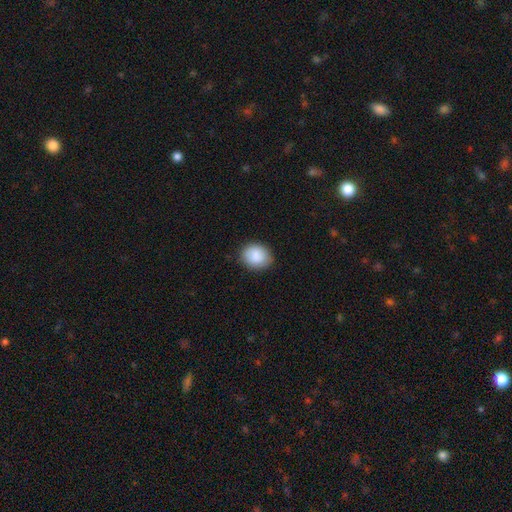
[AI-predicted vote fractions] Smooth or featured? smooth (88%)
How rounded? round (55%)
Merging? none (85%)